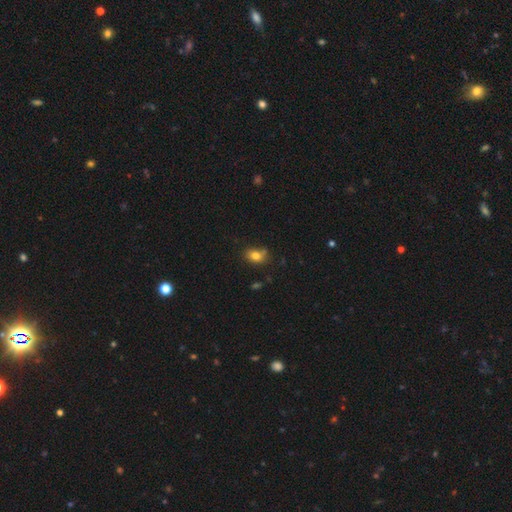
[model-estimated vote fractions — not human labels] Smooth or featured? Predicted: smooth (p=0.81). How rounded? Predicted: in between (p=0.69). Merging? Predicted: none (p=0.69).